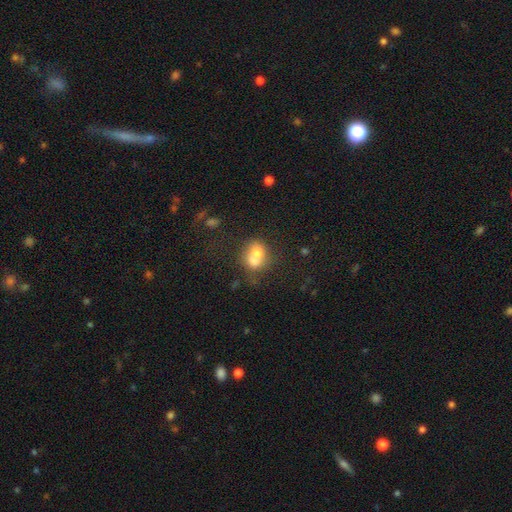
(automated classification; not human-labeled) Overall: smooth (65%). How rounded: round (59%; in between 39%). Merging: merger (66%).